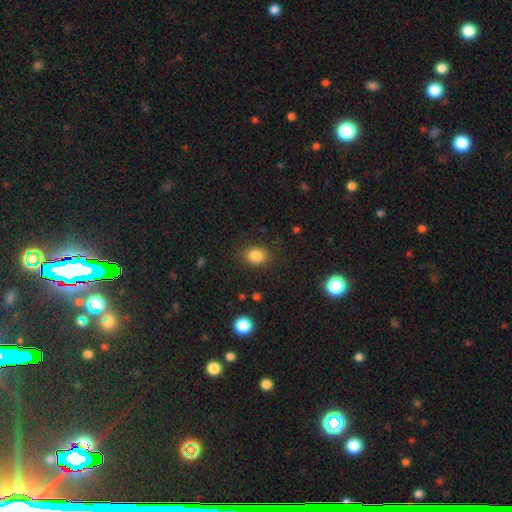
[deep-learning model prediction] smooth_or_featured: smooth (p=0.84) [alt: star or artifact p=0.11]
how_rounded: in between (p=0.55) [alt: round p=0.44]
merging: none (p=0.85) [alt: minor disturbance p=0.10]